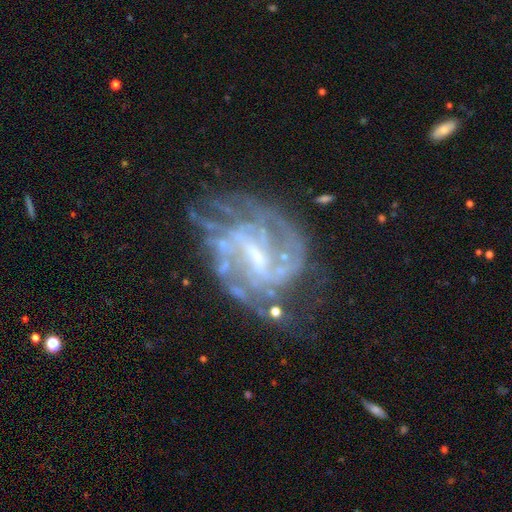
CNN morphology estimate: Smooth or featured: featured or disk — 87% (star or artifact — 8%)
Edge-on disk: no — 97% (yes — 3%)
Bar: weak — 48% (strong — 37%)
Spiral arms: yes — 89% (no — 11%)
Spiral winding: tight — 43% (medium — 42%)
Spiral arm count: can't tell — 37% (2 — 27%)
Bulge size: small — 48% (moderate — 27%)
Merging: none — 53% (minor disturbance — 22%)